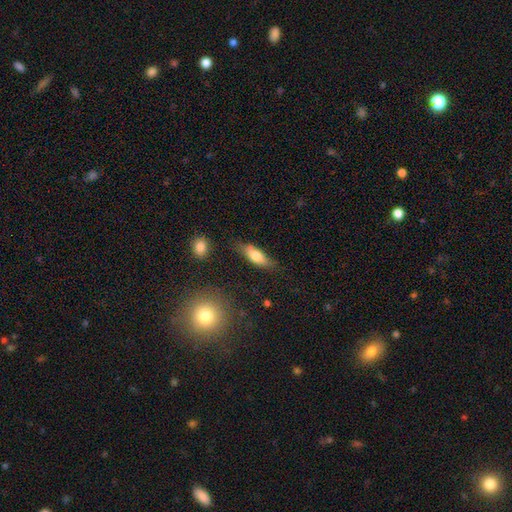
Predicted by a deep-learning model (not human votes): Smooth or featured? smooth (71%)
How rounded? in between (63%)
Merging? none (72%)